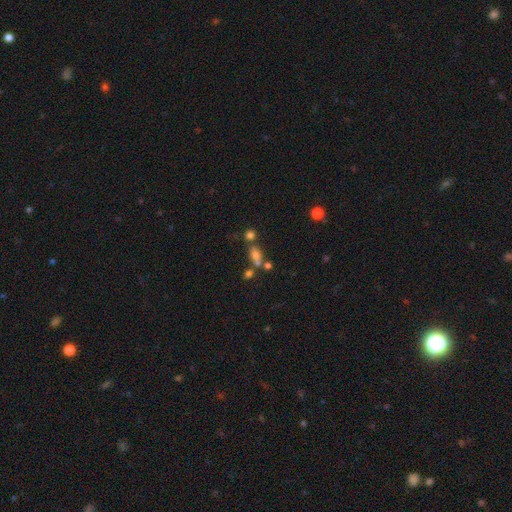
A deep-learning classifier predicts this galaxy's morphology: This is likely a smooth galaxy (64%). How rounded: likely in between (66%). Merging: possibly none (46%).